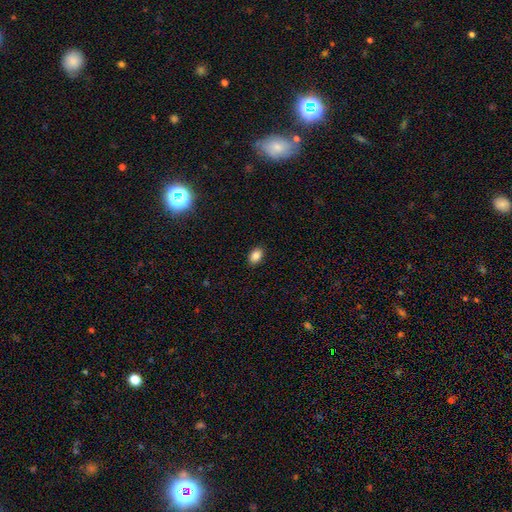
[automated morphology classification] A smooth galaxy with no disk features (86%) that is in between round and cigar-shaped (84%). Merging: none (89%).